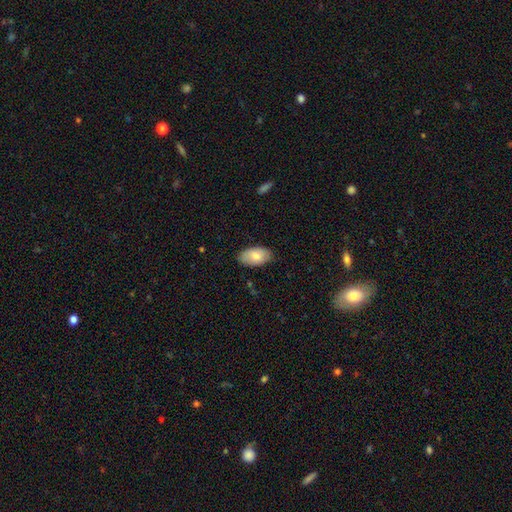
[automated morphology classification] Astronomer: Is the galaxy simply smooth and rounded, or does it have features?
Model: smooth — 79%.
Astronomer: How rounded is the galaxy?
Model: in between — 95%.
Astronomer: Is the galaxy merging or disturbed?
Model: none — 83%.